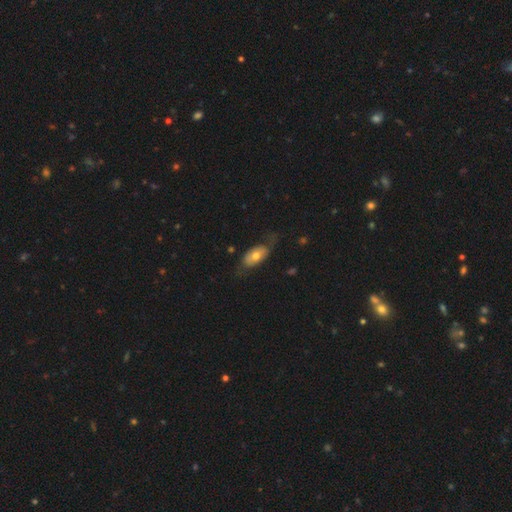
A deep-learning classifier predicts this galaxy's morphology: smooth 59%, featured or disk 35%, star or artifact 6%. Down the decision tree: how rounded — in between (89%); merging — none (57%).